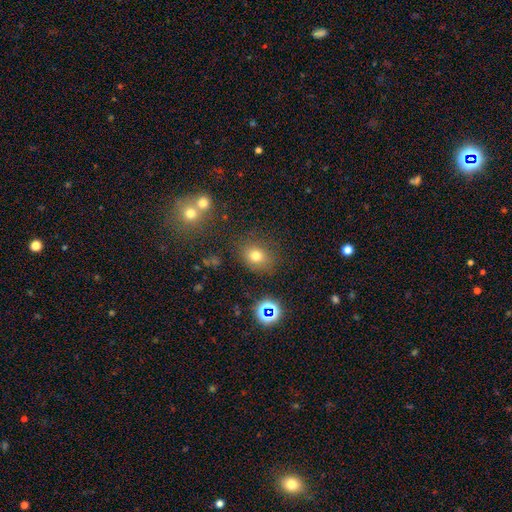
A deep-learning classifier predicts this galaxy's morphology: smooth-or-featured: smooth: 71% | star or artifact: 20% | featured or disk: 9%
  how-rounded: round: 63% | in between: 36% | cigar-shaped: 1%
  merging: none: 80% | minor disturbance: 12% | major disturbance: 5% | merger: 4%